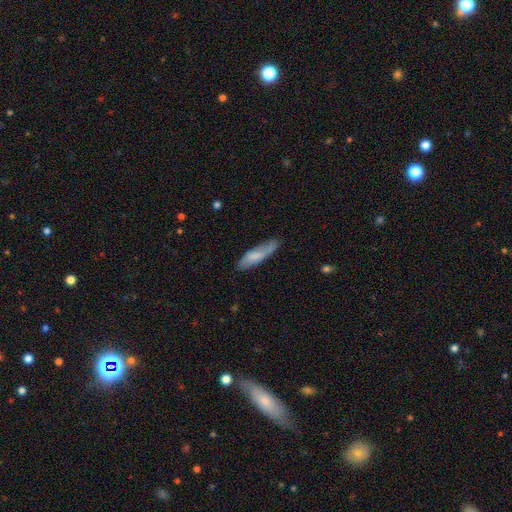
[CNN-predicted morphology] The model was most divided on "how rounded": cigar-shaped: 63%, in between: 35%, round: 2%. More confident: merging — none (74%); smooth or featured — smooth (66%).